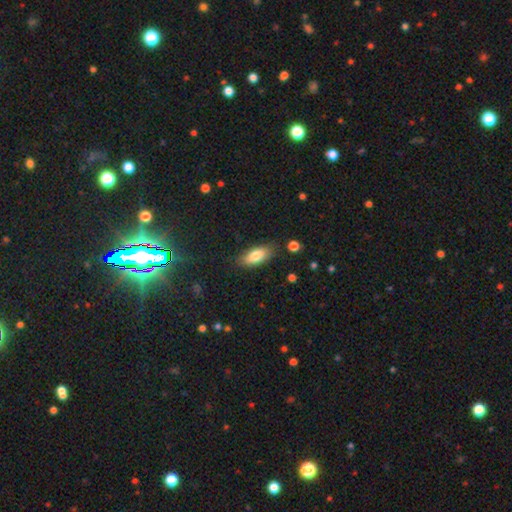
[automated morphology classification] Smooth or featured? Predicted: smooth (p=0.82). How rounded? Predicted: in between (p=0.82). Merging? Predicted: none (p=0.83).